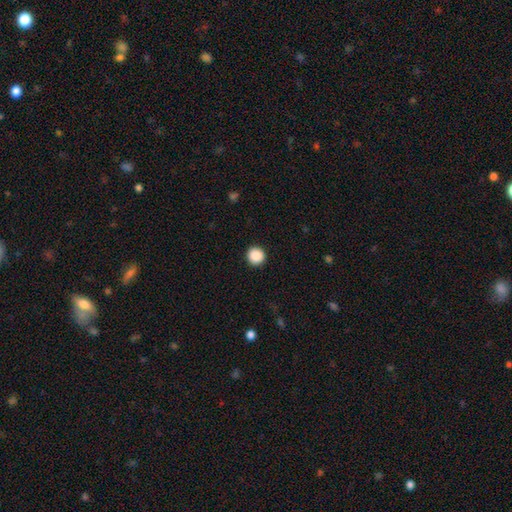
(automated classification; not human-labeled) Smooth or featured? Predicted: smooth (p=0.89). How rounded? Predicted: round (p=0.95). Merging? Predicted: none (p=0.93).